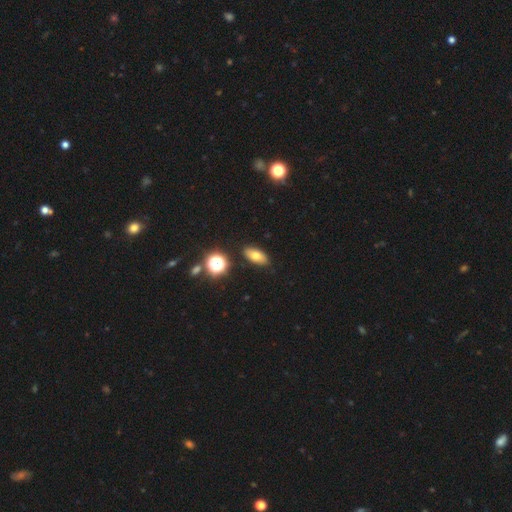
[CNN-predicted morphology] smooth_or_featured: smooth (p=0.71) [alt: featured or disk p=0.16]
how_rounded: in between (p=0.83) [alt: cigar-shaped p=0.10]
merging: none (p=0.88) [alt: minor disturbance p=0.08]